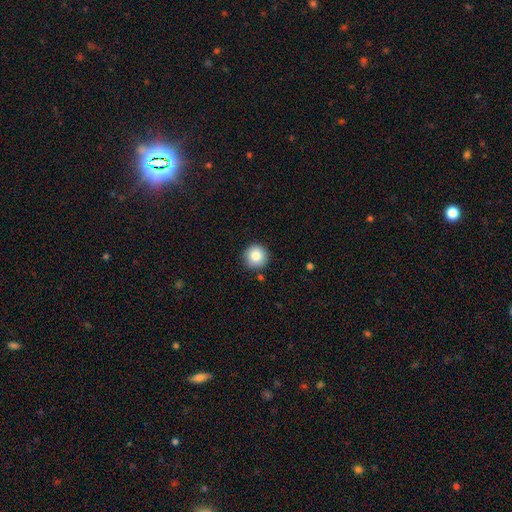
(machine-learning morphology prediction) Smooth or featured? Predicted: smooth (p=0.85). How rounded? Predicted: round (p=0.95). Merging? Predicted: none (p=0.88).